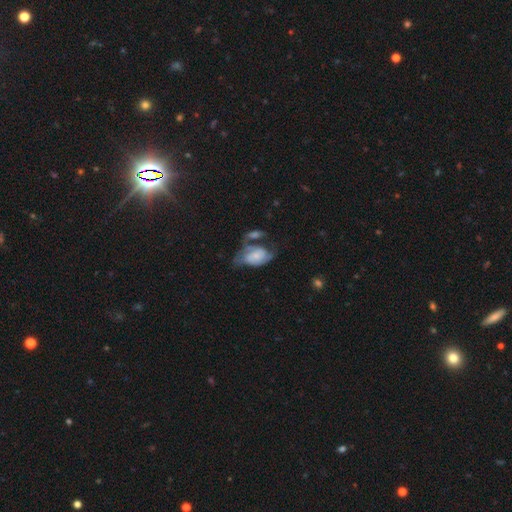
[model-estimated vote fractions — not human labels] The model was most divided on "merging": merger: 28%, major disturbance: 26%, none: 25%, minor disturbance: 22%. More confident: edge-on disk — no (96%); spiral arms — yes (78%); bar — no (69%); bulge size — small (56%); smooth or featured — featured or disk (53%).